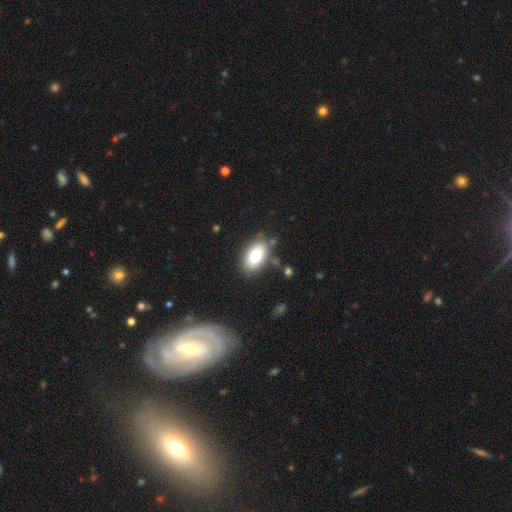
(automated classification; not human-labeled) smooth 79%, featured or disk 13%, star or artifact 8%. Down the decision tree: how rounded — in between (92%); merging — none (80%).